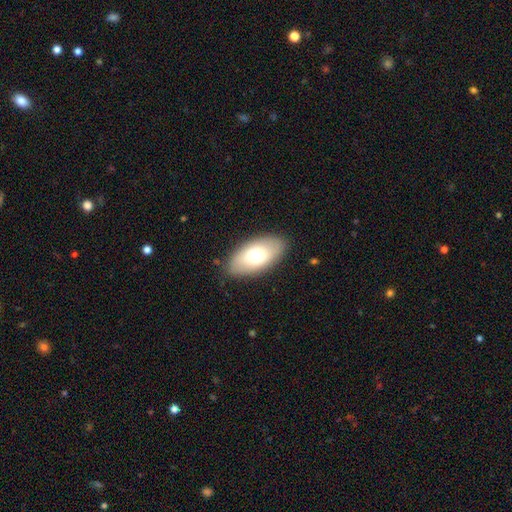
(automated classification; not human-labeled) Smooth or featured? smooth (70%)
How rounded? in between (93%)
Merging? none (86%)